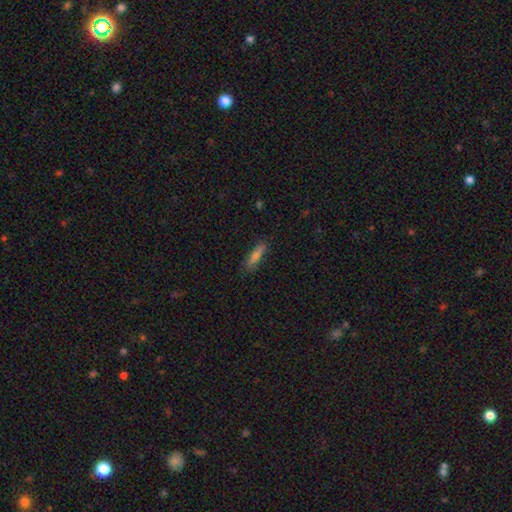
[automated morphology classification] Smooth or featured?
  - smooth: 66% *
  - featured or disk: 24%
  - star or artifact: 9%
How rounded?
  - cigar-shaped: 79% *
  - in between: 18%
  - round: 2%
Merging?
  - none: 86% *
  - minor disturbance: 11%
  - major disturbance: 2%
  - merger: 1%